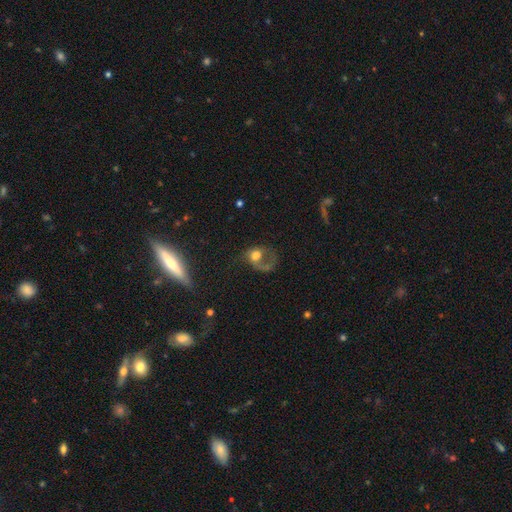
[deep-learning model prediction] A smooth galaxy with no disk features (48%). Merging: major disturbance (57%).